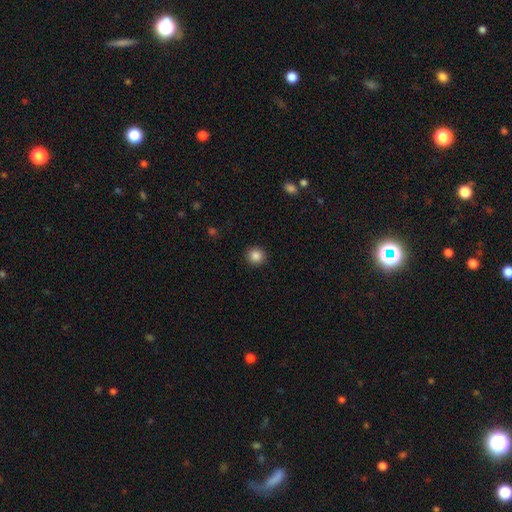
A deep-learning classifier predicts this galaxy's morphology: Overall: smooth (87%). How rounded: round (93%). Merging: none (92%).